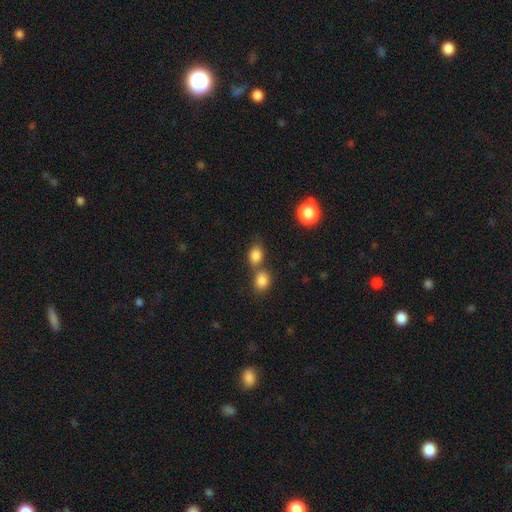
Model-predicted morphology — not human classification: A smooth galaxy with no disk features (83%) that is in between round and cigar-shaped (63%).

Vote fractions:
- Smooth or featured? smooth: 83% / star or artifact: 10% / featured or disk: 6%
- How rounded? in between: 63% / round: 35% / cigar-shaped: 2%
- Merging? merger: 44% / none: 43% / minor disturbance: 9% / major disturbance: 4%